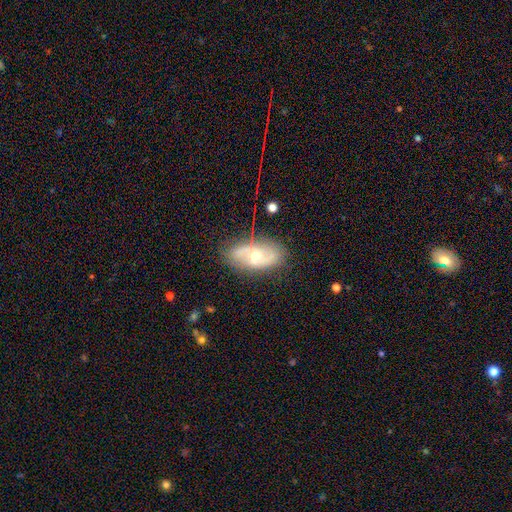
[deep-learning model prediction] This is likely a featured or disk galaxy (71%). It is clearly not viewed edge-on (93%). Bar: likely no (65%). Spiral arm pattern: clearly yes (86%). Spiral arm count: likely 2 (80%). Spiral winding: marginally medium (44%). Central bulge: possibly moderate (58%). Merging: likely none (76%).